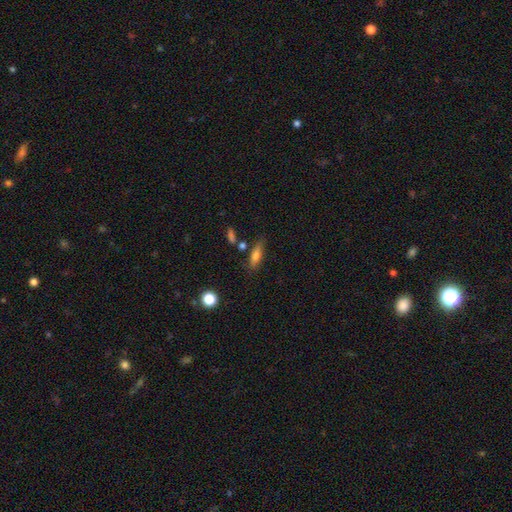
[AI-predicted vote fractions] Overall: smooth (71%). How rounded: in between (53%; cigar-shaped 43%). Merging: none (70%).